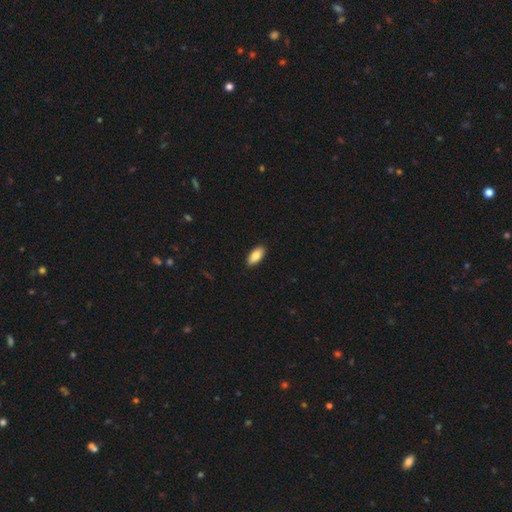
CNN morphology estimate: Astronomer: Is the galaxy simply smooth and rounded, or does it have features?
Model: smooth — 84%.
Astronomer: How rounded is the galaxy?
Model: in between — 89%.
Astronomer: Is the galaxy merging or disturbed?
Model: none — 90%.